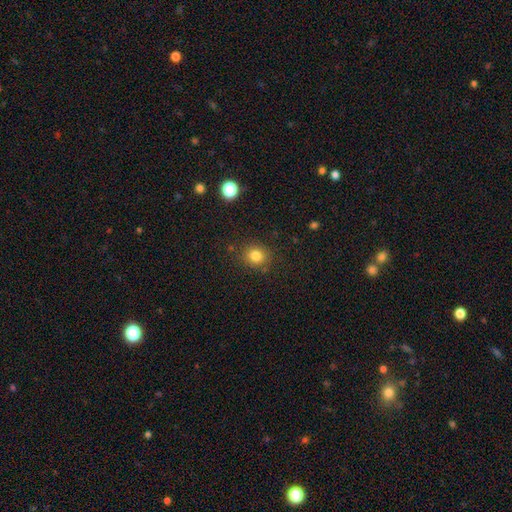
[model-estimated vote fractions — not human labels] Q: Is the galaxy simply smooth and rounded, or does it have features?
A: smooth — 82%.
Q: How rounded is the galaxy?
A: round — 78%.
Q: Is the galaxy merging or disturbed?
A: none — 85%.